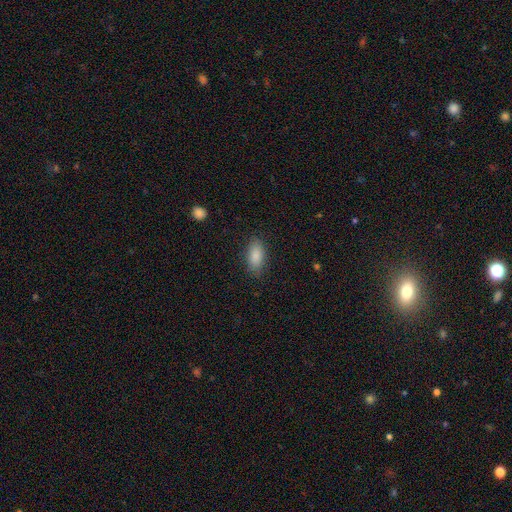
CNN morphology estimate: Smooth or featured: smooth — 88% (star or artifact — 7%)
How rounded: in between — 88% (cigar-shaped — 9%)
Merging: none — 84% (minor disturbance — 11%)